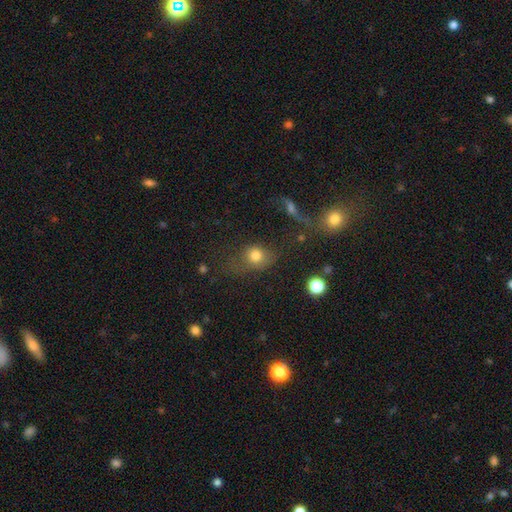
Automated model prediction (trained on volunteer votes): Q: Smooth or featured?
A: smooth (74%); runner-up: star or artifact (14%)
Q: How rounded?
A: round (63%); runner-up: in between (34%)
Q: Merging?
A: none (47%); runner-up: major disturbance (23%)